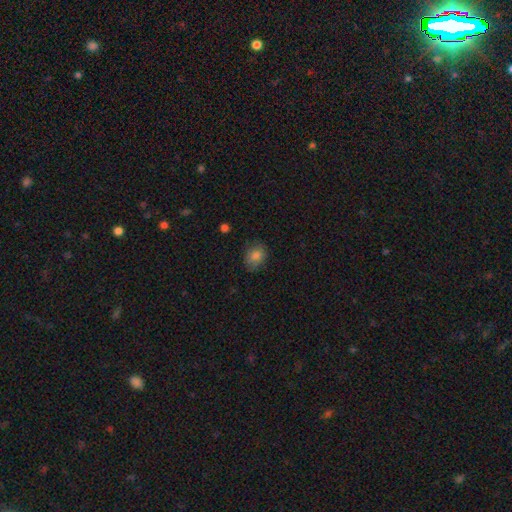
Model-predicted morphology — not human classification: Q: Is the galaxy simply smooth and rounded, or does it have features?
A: smooth — 83%.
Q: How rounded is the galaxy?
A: in between — 57%.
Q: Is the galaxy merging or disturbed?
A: none — 77%.